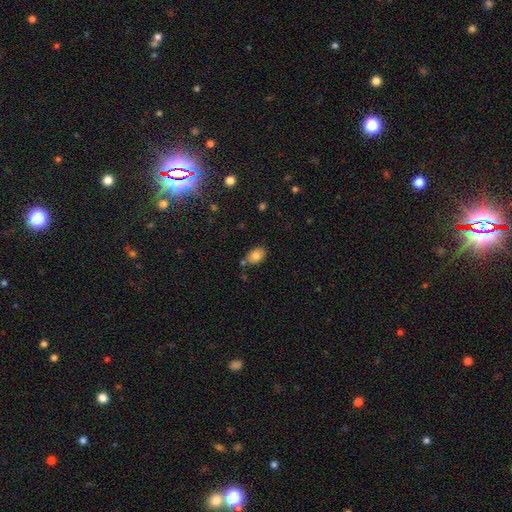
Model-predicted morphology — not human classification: Smooth or featured?
  - smooth: 80% *
  - featured or disk: 11%
  - star or artifact: 9%
How rounded?
  - in between: 81% *
  - round: 17%
  - cigar-shaped: 1%
Merging?
  - none: 68% *
  - minor disturbance: 17%
  - merger: 11%
  - major disturbance: 3%